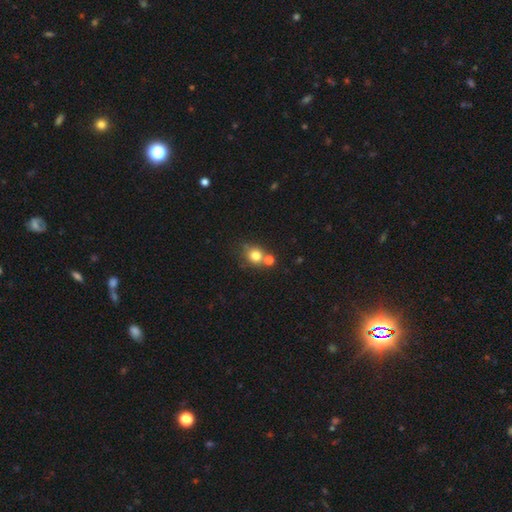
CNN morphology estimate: The model was most divided on "merging": none: 55%, merger: 30%, minor disturbance: 11%, major disturbance: 4%. More confident: how rounded — round (80%); smooth or featured — smooth (77%).